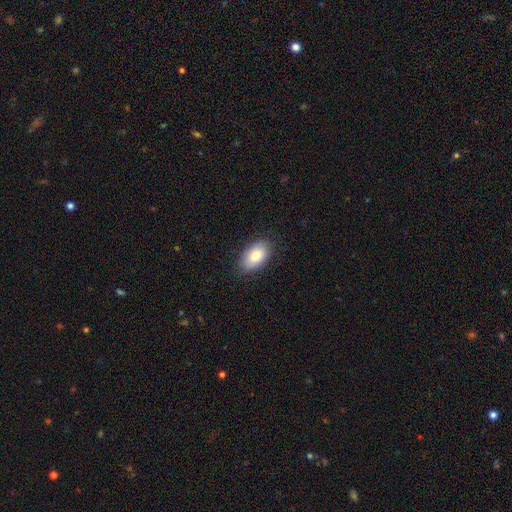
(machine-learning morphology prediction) A smooth galaxy with no disk features (85%) that is in between round and cigar-shaped (94%). Merging: none (84%).